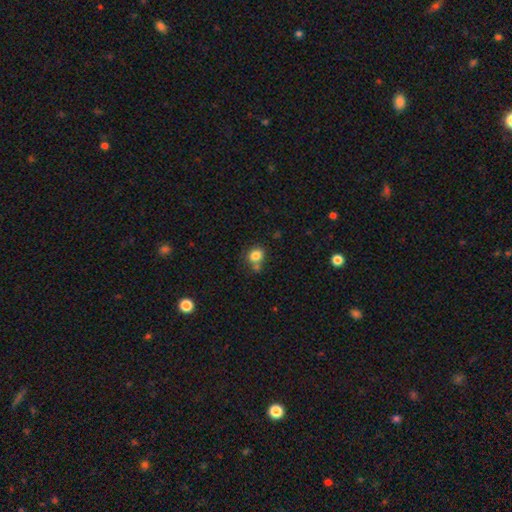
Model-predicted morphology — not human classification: Smooth or featured? smooth (82%)
How rounded? round (64%)
Merging? none (55%)